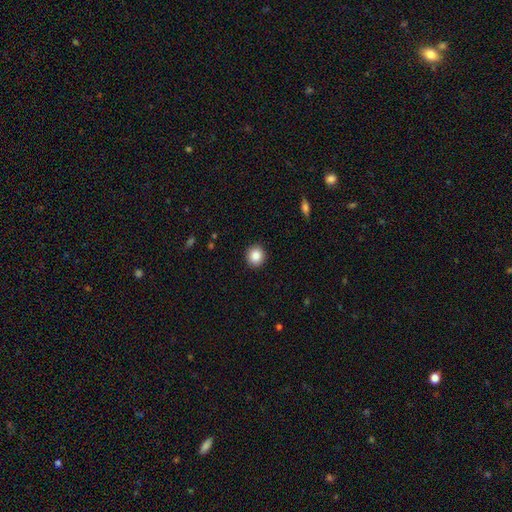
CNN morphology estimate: A smooth galaxy with no disk features (87%) that is round (88%).

Vote fractions:
- Smooth or featured? smooth: 87% / star or artifact: 9% / featured or disk: 4%
- How rounded? round: 88% / in between: 11% / cigar-shaped: 1%
- Merging? none: 92% / minor disturbance: 5% / major disturbance: 2% / merger: 1%